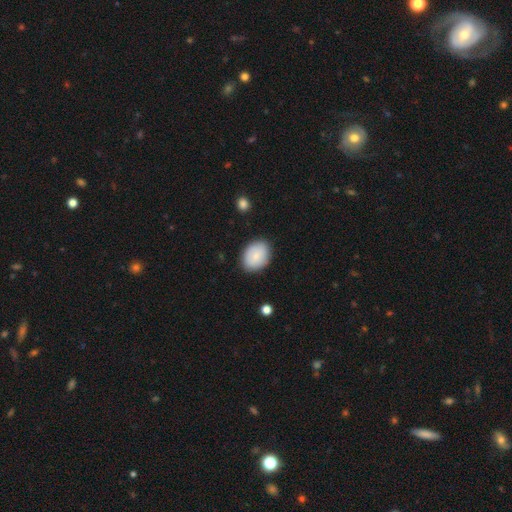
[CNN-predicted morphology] Smooth or featured? Predicted: smooth (p=0.78). How rounded? Predicted: in between (p=0.68). Merging? Predicted: none (p=0.84).